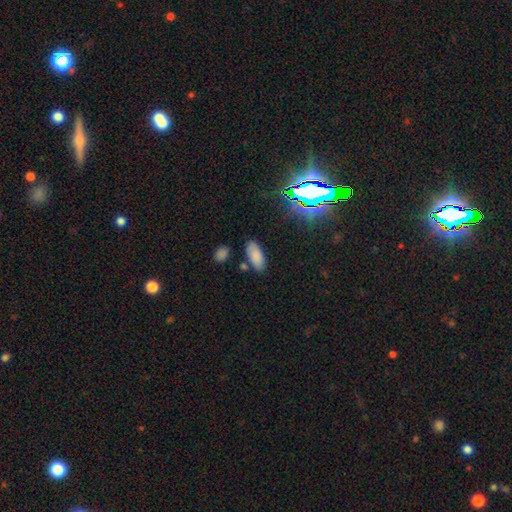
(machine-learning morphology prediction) smooth 82%, star or artifact 11%, featured or disk 7%. Down the decision tree: how rounded — in between (86%); merging — none (79%).